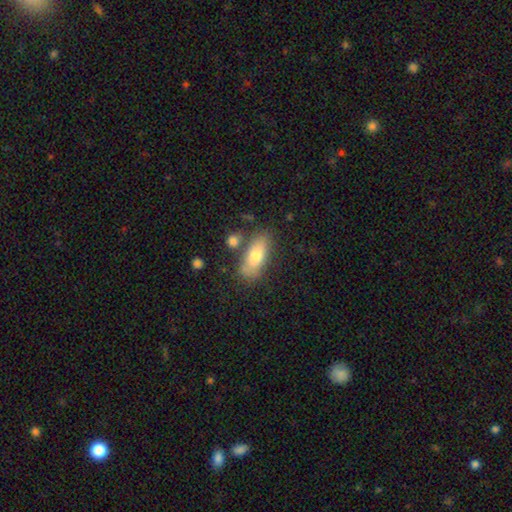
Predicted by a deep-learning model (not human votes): Overall: smooth (72%). How rounded: in between (78%). Merging: none (71%).